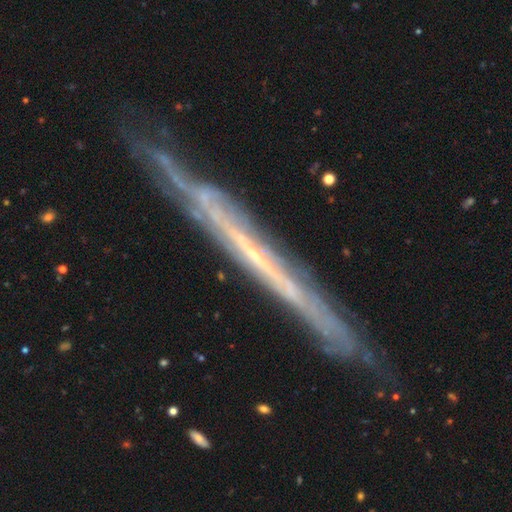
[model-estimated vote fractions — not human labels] featured or disk 81%, smooth 12%, star or artifact 7%. Down the decision tree: edge-on disk — yes (88%); edge-on bulge — none (83%); merging — none (72%).